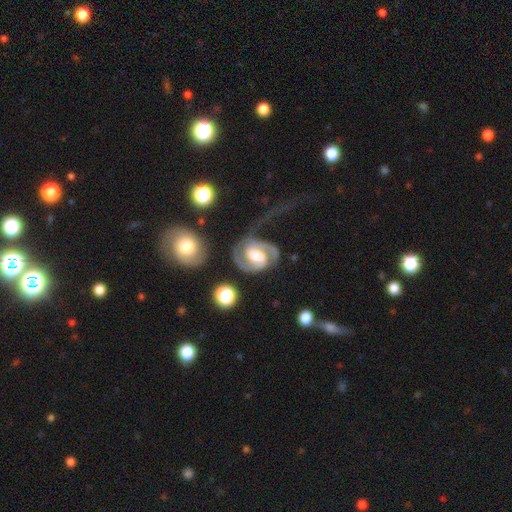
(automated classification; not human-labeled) Morphology: type=featured or disk (87%); edge-on=no (98%); bar=weak (46%); spiral arms=yes (97%); winding=medium (46%); arm count=2 (83%); bulge=moderate (55%); merging=none (40%).